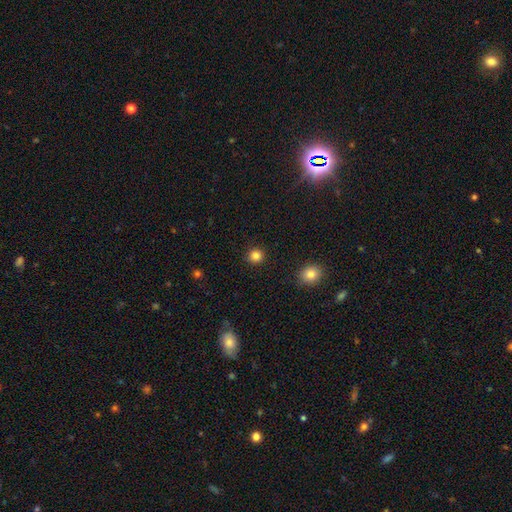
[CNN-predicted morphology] smooth-or-featured: smooth: 84% | star or artifact: 12% | featured or disk: 4%
  how-rounded: round: 92% | in between: 7% | cigar-shaped: 1%
  merging: none: 92% | minor disturbance: 5% | major disturbance: 2% | merger: 1%